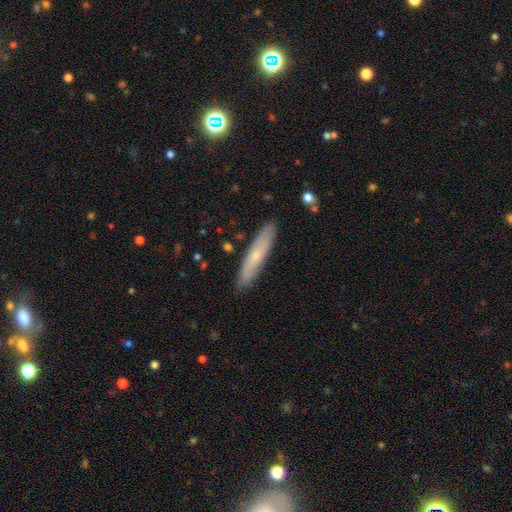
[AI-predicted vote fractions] This is possibly a smooth galaxy (53%). How rounded: clearly cigar-shaped (87%). Merging: clearly none (88%).